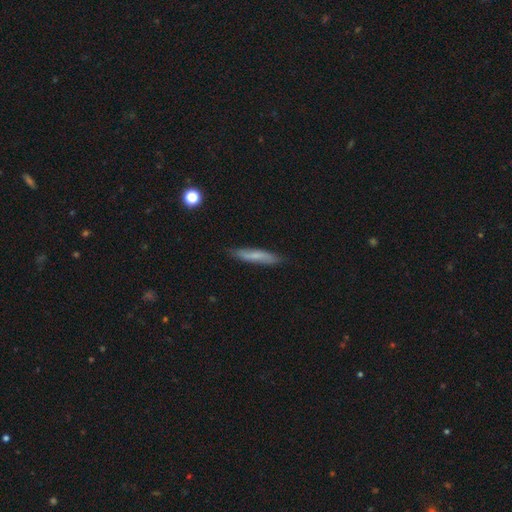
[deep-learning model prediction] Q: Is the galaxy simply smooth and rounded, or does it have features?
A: smooth — 62%.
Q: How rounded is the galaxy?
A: cigar-shaped — 88%.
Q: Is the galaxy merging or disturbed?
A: none — 82%.